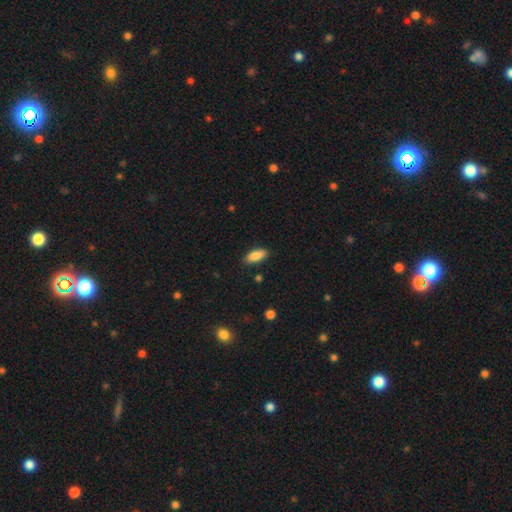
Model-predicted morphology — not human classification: type=smooth (87%); roundness=in between (79%); merging=none (86%).